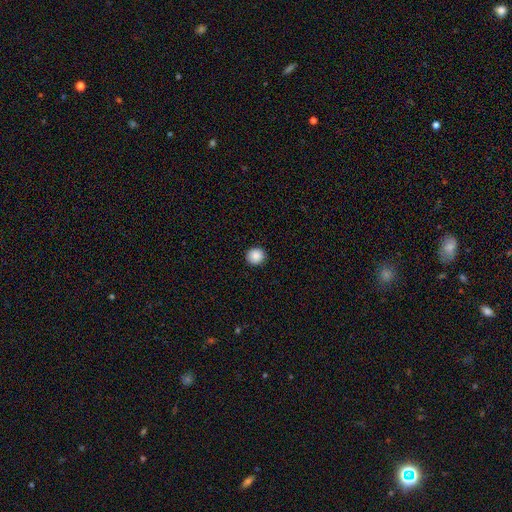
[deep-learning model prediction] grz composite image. It shows a smooth galaxy with no disk features (88%) that is round (92%). Merging: none (92%).